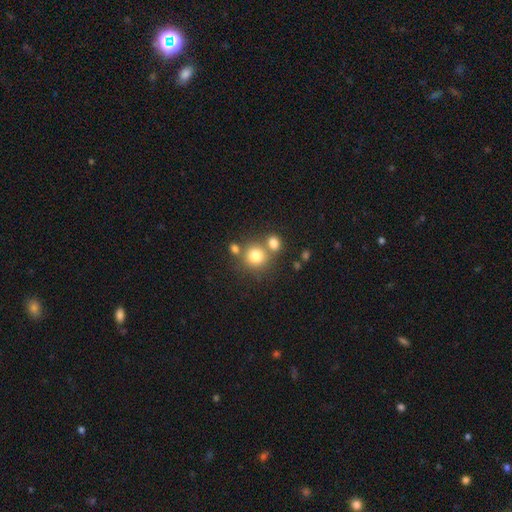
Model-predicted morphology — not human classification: This is likely a smooth galaxy (77%). How rounded: clearly round (86%). Merging: possibly none (57%).